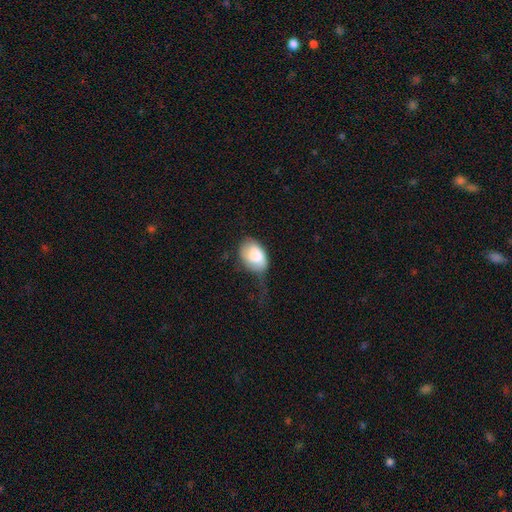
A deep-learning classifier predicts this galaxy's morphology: A smooth galaxy with no disk features (77%) that is in between round and cigar-shaped (86%).

Vote fractions:
- Smooth or featured? smooth: 77% / featured or disk: 16% / star or artifact: 6%
- How rounded? in between: 86% / round: 13% / cigar-shaped: 1%
- Merging? minor disturbance: 41% / major disturbance: 31% / none: 26% / merger: 3%